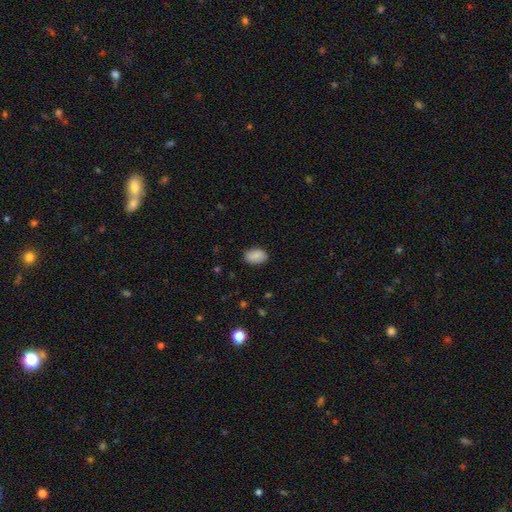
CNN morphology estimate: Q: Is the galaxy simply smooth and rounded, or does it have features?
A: smooth — 85%.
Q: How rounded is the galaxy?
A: in between — 89%.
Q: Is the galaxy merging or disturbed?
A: none — 84%.